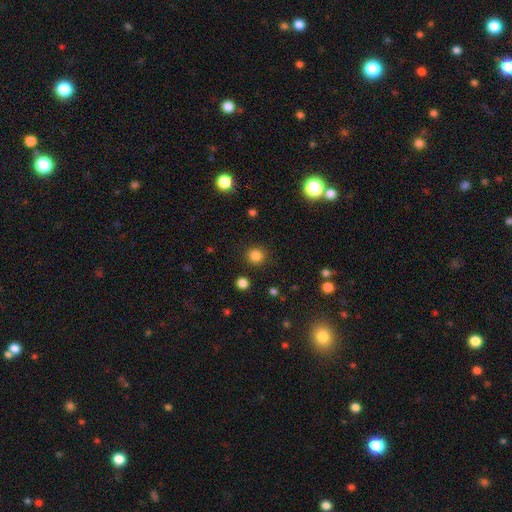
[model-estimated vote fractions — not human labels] Smooth or featured?
  - smooth: 84% *
  - star or artifact: 13%
  - featured or disk: 3%
How rounded?
  - round: 92% *
  - in between: 7%
  - cigar-shaped: 1%
Merging?
  - none: 90% *
  - minor disturbance: 6%
  - major disturbance: 2%
  - merger: 2%